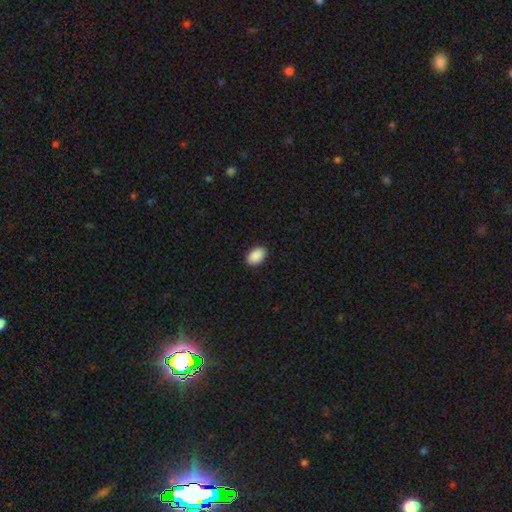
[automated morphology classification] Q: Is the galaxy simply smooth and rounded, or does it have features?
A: smooth — 91%.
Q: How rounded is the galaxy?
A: in between — 89%.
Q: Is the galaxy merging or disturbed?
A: none — 90%.